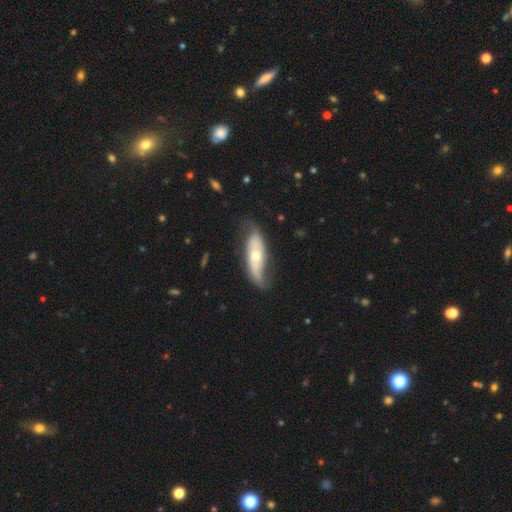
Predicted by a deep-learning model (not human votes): Q: Smooth or featured?
A: featured or disk (62%); runner-up: smooth (32%)
Q: Edge-on disk?
A: no (77%); runner-up: yes (23%)
Q: Merging?
A: none (58%); runner-up: minor disturbance (28%)